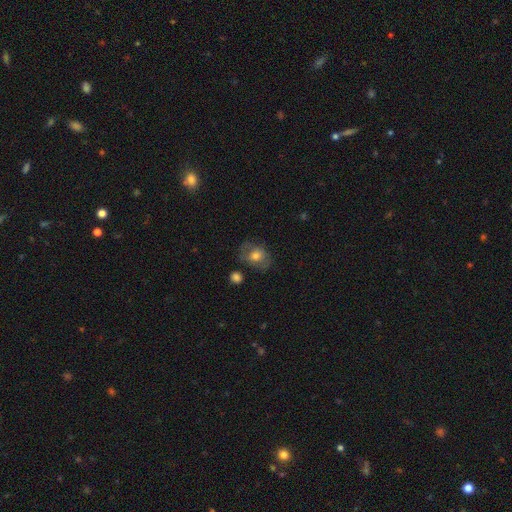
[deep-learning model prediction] A smooth galaxy with no disk features (60%) that is in between round and cigar-shaped (56%). Merging: none (64%).